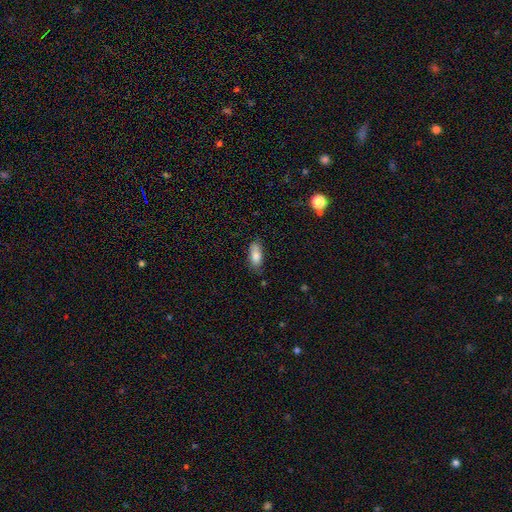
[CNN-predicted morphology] Smooth or featured?
  - smooth: 83% *
  - featured or disk: 10%
  - star or artifact: 7%
How rounded?
  - in between: 82% *
  - cigar-shaped: 16%
  - round: 2%
Merging?
  - none: 71% *
  - minor disturbance: 22%
  - major disturbance: 4%
  - merger: 2%